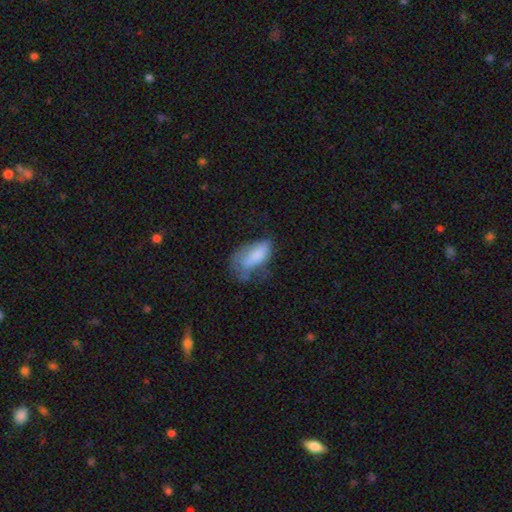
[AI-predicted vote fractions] This appears to be a smooth galaxy with no disk features (70%) that is in between round and cigar-shaped (87%). Merging: major disturbance (36%).